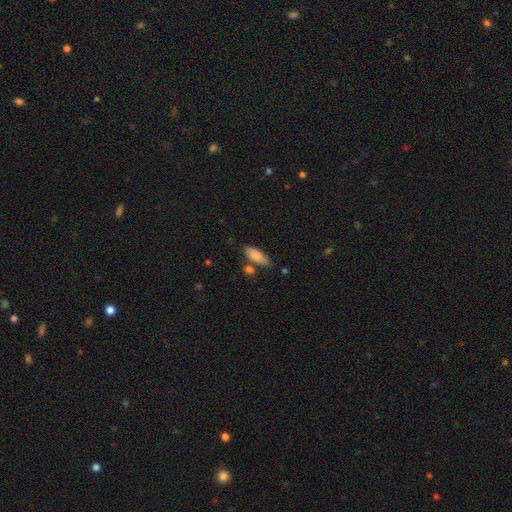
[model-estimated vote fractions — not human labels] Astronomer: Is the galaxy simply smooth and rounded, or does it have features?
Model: smooth — 85%.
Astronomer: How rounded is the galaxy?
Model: in between — 72%.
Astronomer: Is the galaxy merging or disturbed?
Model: none — 65%.